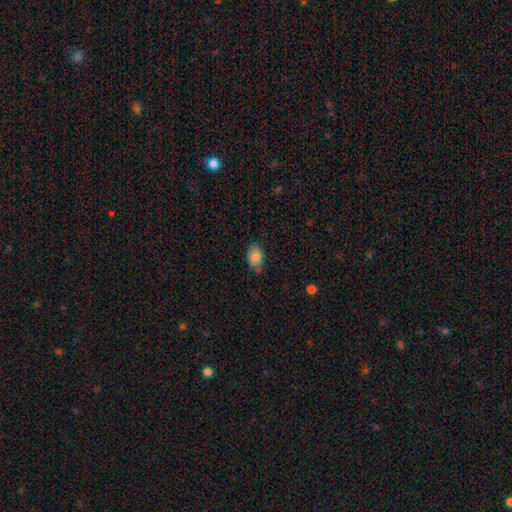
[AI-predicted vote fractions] This appears to be a smooth galaxy with no disk features (84%) that is in between round and cigar-shaped (84%). Merging: none (70%).